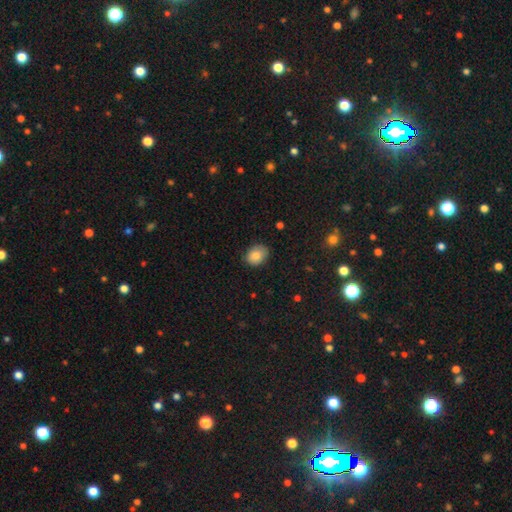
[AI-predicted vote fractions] smooth 84%, star or artifact 9%, featured or disk 7%. Down the decision tree: how rounded — in between (59%); merging — none (77%).